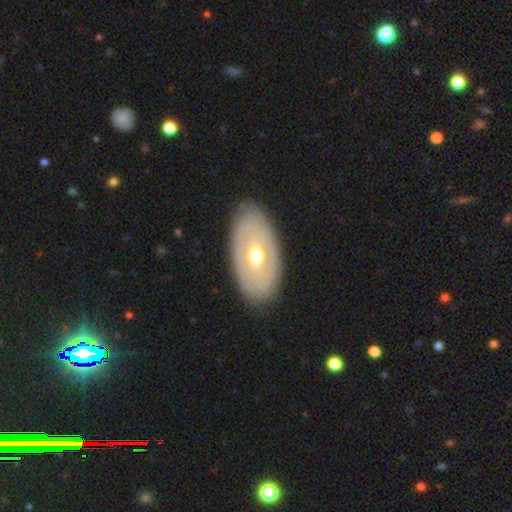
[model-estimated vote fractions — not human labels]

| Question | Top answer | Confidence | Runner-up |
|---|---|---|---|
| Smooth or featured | featured or disk | 64% | smooth (30%) |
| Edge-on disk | no | 88% | yes (12%) |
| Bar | no | 64% | weak (26%) |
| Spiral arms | no | 70% | yes (30%) |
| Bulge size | moderate | 70% | small (24%) |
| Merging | none | 85% | minor disturbance (11%) |